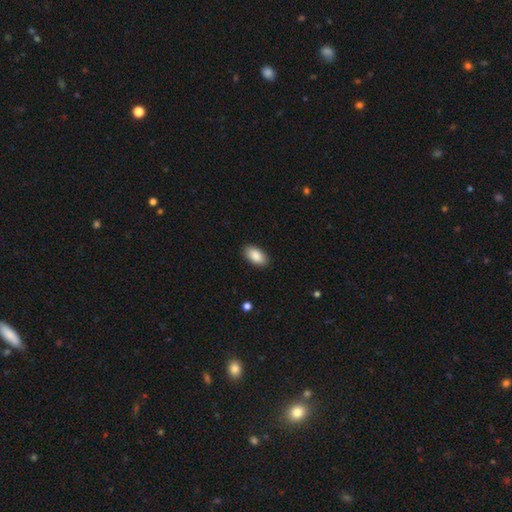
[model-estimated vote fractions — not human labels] Overall: smooth (89%). How rounded: in between (95%). Merging: none (89%).